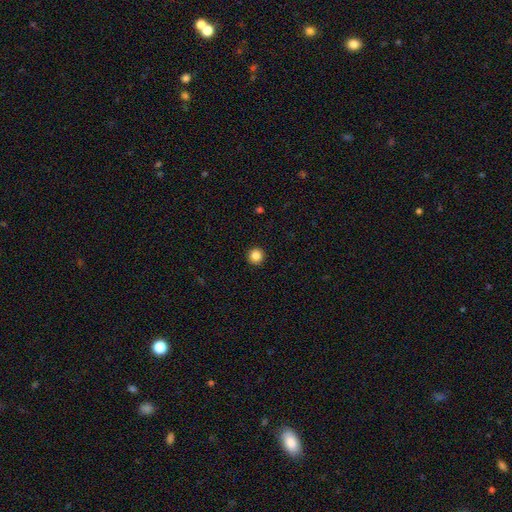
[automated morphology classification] type=smooth (86%); roundness=round (96%); merging=none (93%).